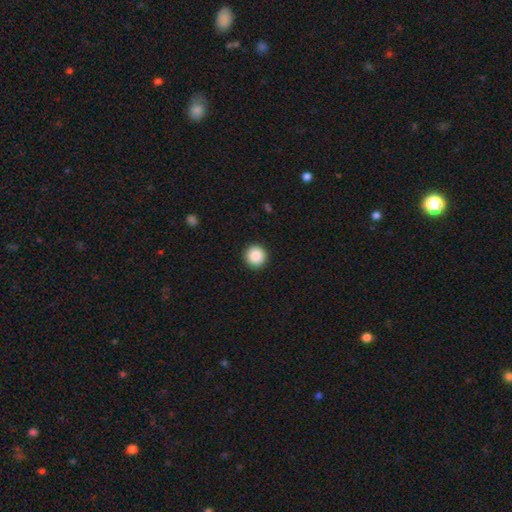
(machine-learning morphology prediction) smooth-or-featured: smooth: 89% | star or artifact: 9% | featured or disk: 3%
  how-rounded: round: 96% | in between: 3% | cigar-shaped: 1%
  merging: none: 93% | minor disturbance: 4% | major disturbance: 2% | merger: 1%